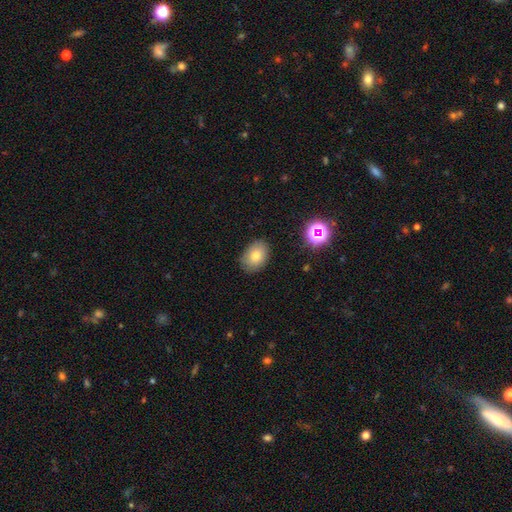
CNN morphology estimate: Q: Smooth or featured?
A: smooth (76%); runner-up: featured or disk (12%)
Q: How rounded?
A: in between (78%); runner-up: round (21%)
Q: Merging?
A: none (84%); runner-up: minor disturbance (12%)